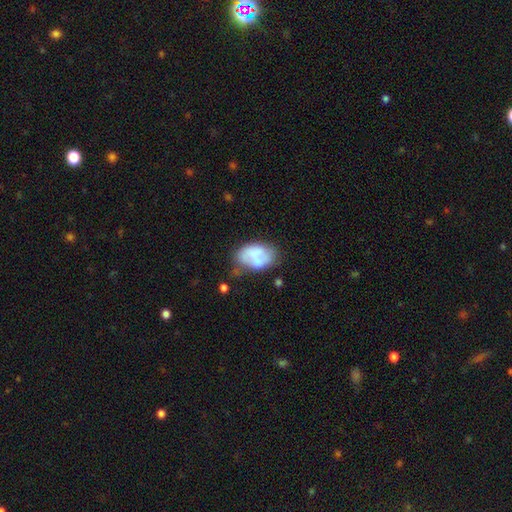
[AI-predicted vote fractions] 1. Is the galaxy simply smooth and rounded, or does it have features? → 59% smooth, 33% featured or disk, 8% star or artifact.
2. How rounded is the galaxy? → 87% in between, 11% round, 1% cigar-shaped.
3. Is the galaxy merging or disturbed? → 42% none, 31% minor disturbance, 16% major disturbance, 11% merger.